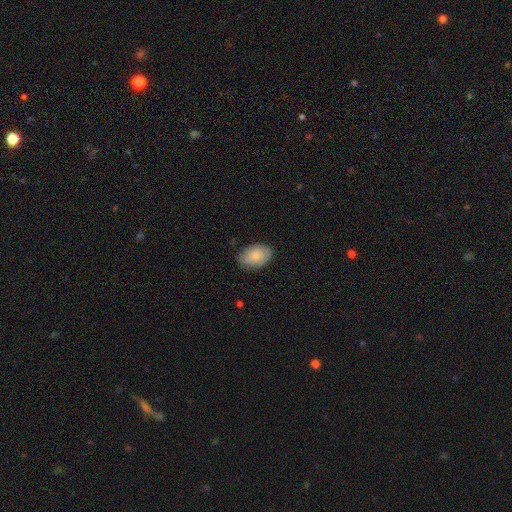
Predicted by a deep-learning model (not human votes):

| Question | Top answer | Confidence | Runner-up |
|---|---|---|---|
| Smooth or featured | smooth | 83% | featured or disk (11%) |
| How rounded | in between | 90% | round (9%) |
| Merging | none | 82% | minor disturbance (15%) |